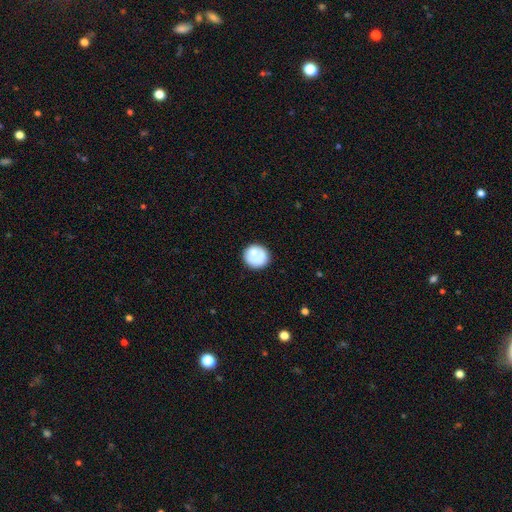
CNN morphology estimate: A smooth galaxy with no disk features (75%) that is round (88%). Merging: none (76%).